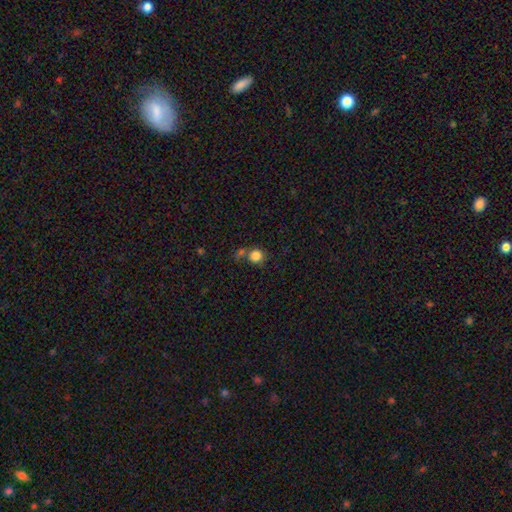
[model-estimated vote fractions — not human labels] smooth_or_featured: smooth (p=0.83) [alt: star or artifact p=0.11]
how_rounded: round (p=0.88) [alt: in between p=0.11]
merging: none (p=0.58) [alt: merger p=0.23]